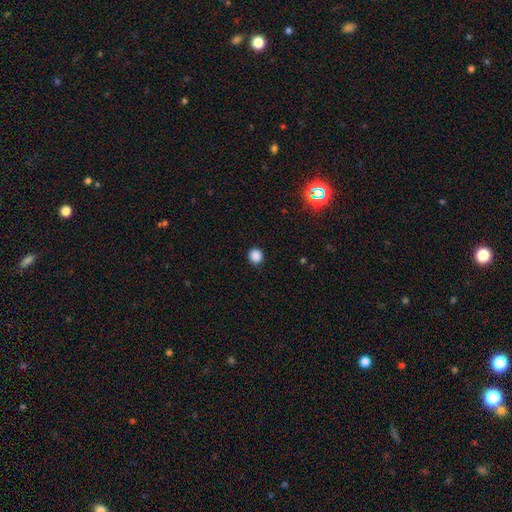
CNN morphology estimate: A smooth galaxy with no disk features (87%) that is round (84%). Merging: none (90%).